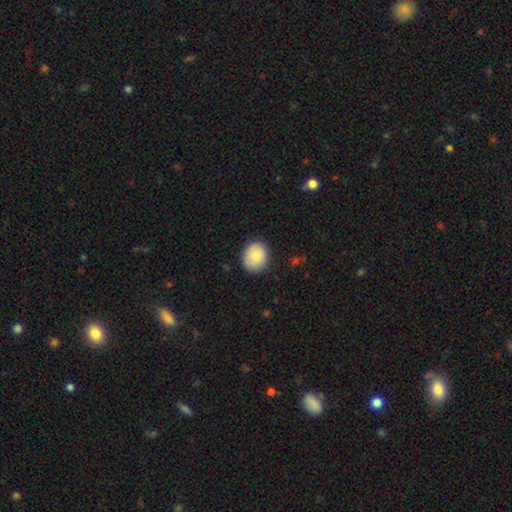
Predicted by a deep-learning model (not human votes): smooth 84%, featured or disk 9%, star or artifact 7%. Down the decision tree: how rounded — round (69%); merging — none (84%).